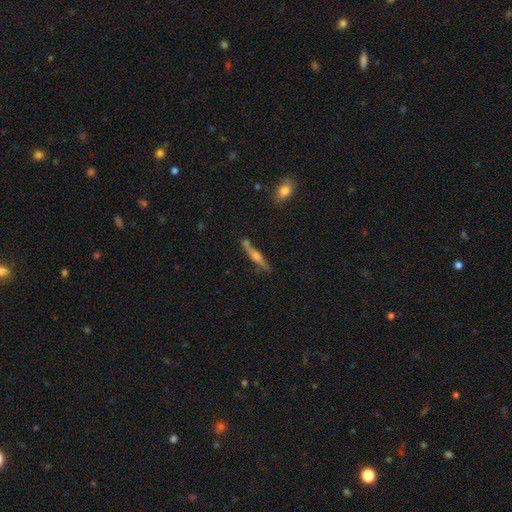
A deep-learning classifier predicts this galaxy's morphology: smooth_or_featured: featured or disk (p=0.66) [alt: smooth p=0.27]
disk_edge_on: yes (p=0.96) [alt: no p=0.04]
edge_on_bulge: rounded (p=0.85) [alt: none p=0.08]
merging: none (p=0.81) [alt: minor disturbance p=0.12]